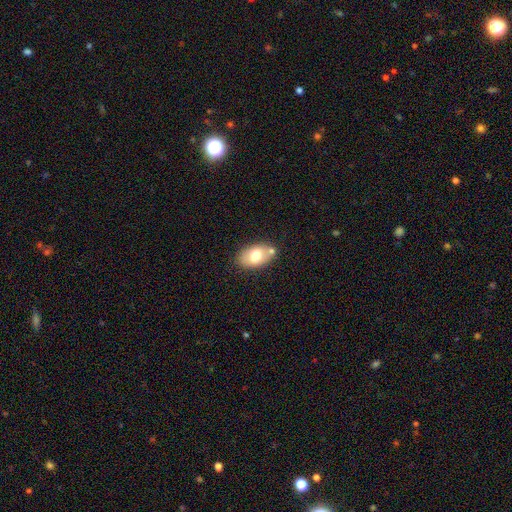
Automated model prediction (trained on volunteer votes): A smooth galaxy with no disk features (69%) that is in between round and cigar-shaped (89%).

Vote fractions:
- Smooth or featured? smooth: 69% / featured or disk: 23% / star or artifact: 7%
- How rounded? in between: 89% / round: 9% / cigar-shaped: 1%
- Merging? none: 69% / minor disturbance: 15% / merger: 12% / major disturbance: 4%